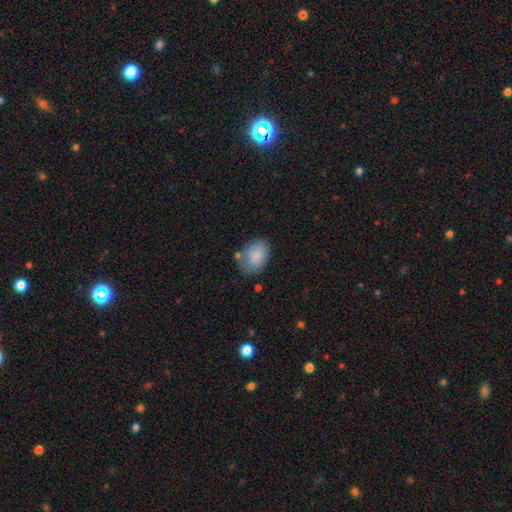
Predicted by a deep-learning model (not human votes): This is clearly a smooth galaxy (85%). How rounded: likely in between (75%). Merging: likely none (65%).